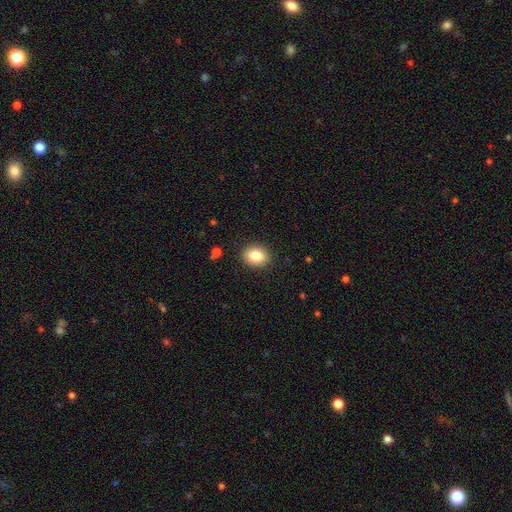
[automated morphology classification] This is clearly a smooth galaxy (83%). How rounded: likely in between (64%). Merging: clearly none (88%).